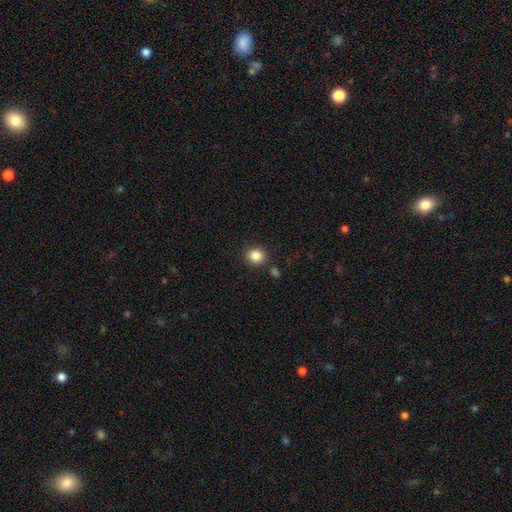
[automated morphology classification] type=smooth (86%); roundness=round (77%); merging=none (85%).